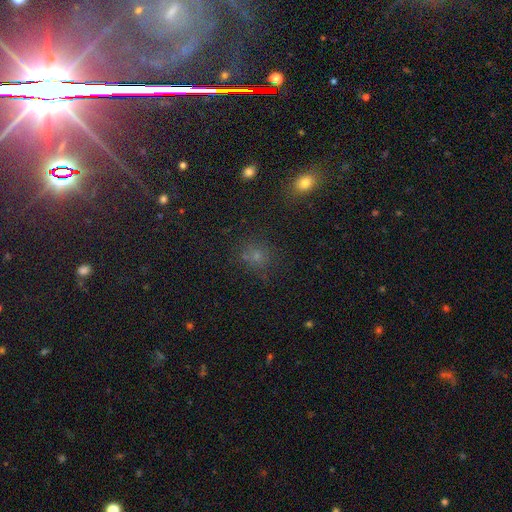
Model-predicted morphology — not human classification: A smooth galaxy with no disk features (59%) that is round (78%). Merging: none (73%).